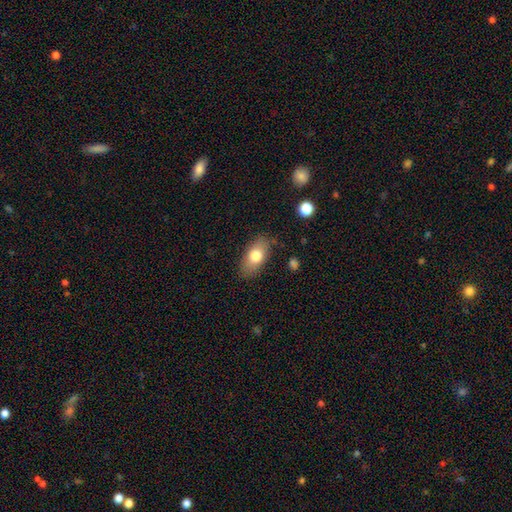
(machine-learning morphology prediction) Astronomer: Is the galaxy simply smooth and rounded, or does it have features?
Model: smooth — 75%.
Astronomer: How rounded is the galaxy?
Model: in between — 88%.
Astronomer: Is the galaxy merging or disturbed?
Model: none — 82%.